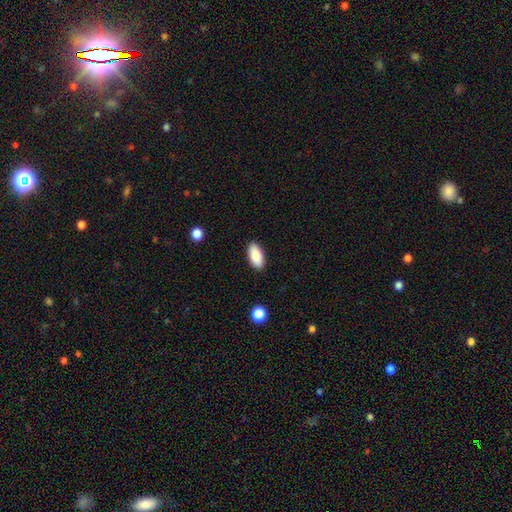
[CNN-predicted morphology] A smooth galaxy with no disk features (89%) that is in between round and cigar-shaped (91%).

Vote fractions:
- Smooth or featured? smooth: 89% / star or artifact: 6% / featured or disk: 5%
- How rounded? in between: 91% / cigar-shaped: 7% / round: 2%
- Merging? none: 89% / minor disturbance: 8% / major disturbance: 2% / merger: 1%